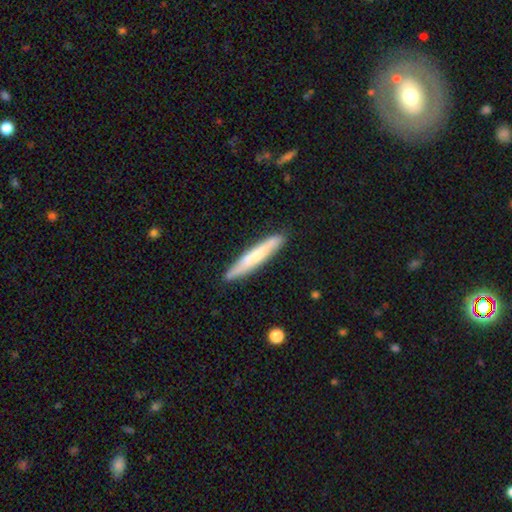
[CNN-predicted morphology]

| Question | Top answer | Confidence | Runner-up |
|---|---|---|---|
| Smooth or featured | smooth | 56% | featured or disk (39%) |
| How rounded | cigar-shaped | 93% | in between (6%) |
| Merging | none | 87% | minor disturbance (10%) |